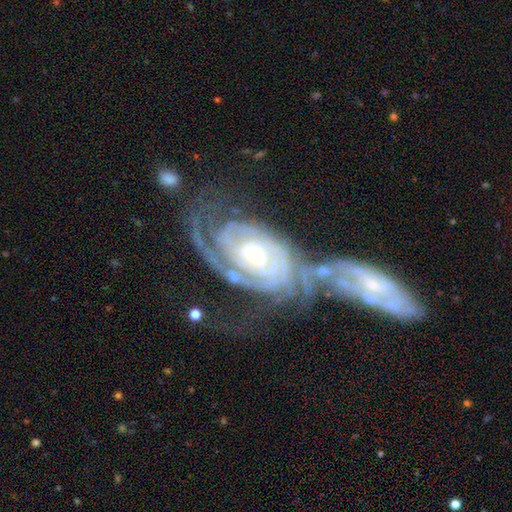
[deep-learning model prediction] Smooth or featured?
  - featured or disk: 91% *
  - star or artifact: 5%
  - smooth: 4%
Edge-on disk?
  - no: 96% *
  - yes: 4%
Bar?
  - no: 64% *
  - weak: 23%
  - strong: 12%
Spiral arms?
  - yes: 98% *
  - no: 2%
Spiral winding?
  - tight: 75% *
  - medium: 21%
  - loose: 4%
Spiral arm count?
  - 2: 44% *
  - can't tell: 21%
  - 3: 17%
  - 4: 7%
  - 1: 6%
  - more than 4: 6%
Bulge size?
  - small: 67% *
  - moderate: 28%
  - large: 2%
  - none: 2%
  - dominant: 1%
Merging?
  - merger: 52% *
  - none: 23%
  - major disturbance: 13%
  - minor disturbance: 12%